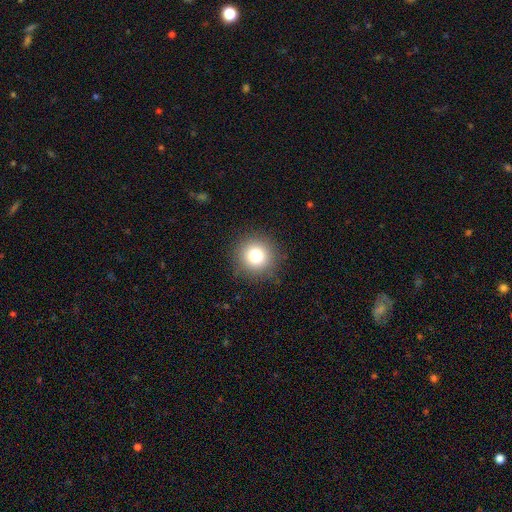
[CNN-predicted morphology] smooth_or_featured: smooth (p=0.79) [alt: star or artifact p=0.12]
how_rounded: round (p=0.95) [alt: in between p=0.04]
merging: none (p=0.89) [alt: minor disturbance p=0.07]